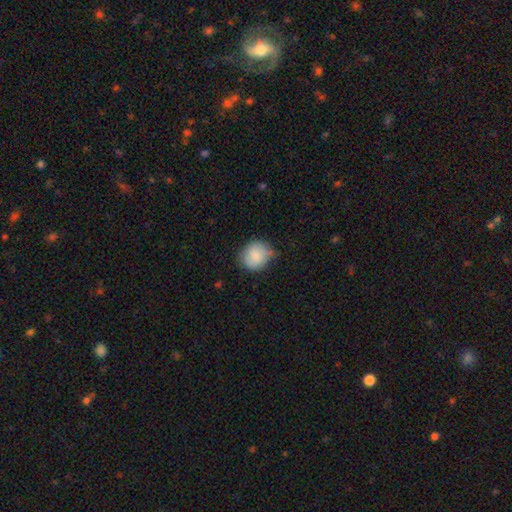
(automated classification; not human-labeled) A smooth galaxy with no disk features (82%) that is round (76%).

Vote fractions:
- Smooth or featured? smooth: 82% / featured or disk: 11% / star or artifact: 7%
- How rounded? round: 76% / in between: 23% / cigar-shaped: 1%
- Merging? none: 63% / minor disturbance: 29% / major disturbance: 5% / merger: 2%